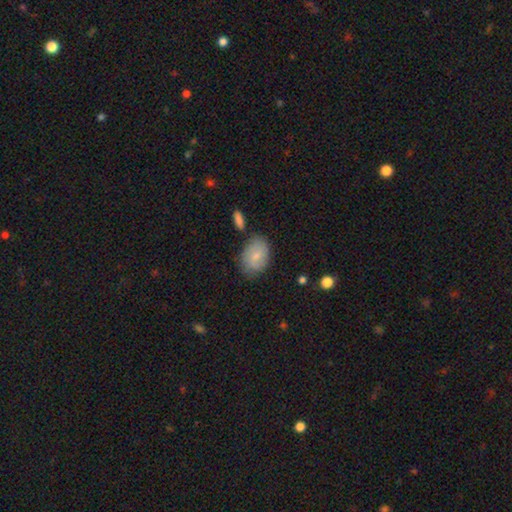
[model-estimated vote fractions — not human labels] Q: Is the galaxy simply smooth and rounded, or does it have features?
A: smooth — 67%.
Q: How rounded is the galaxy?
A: in between — 79%.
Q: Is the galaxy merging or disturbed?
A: none — 71%.